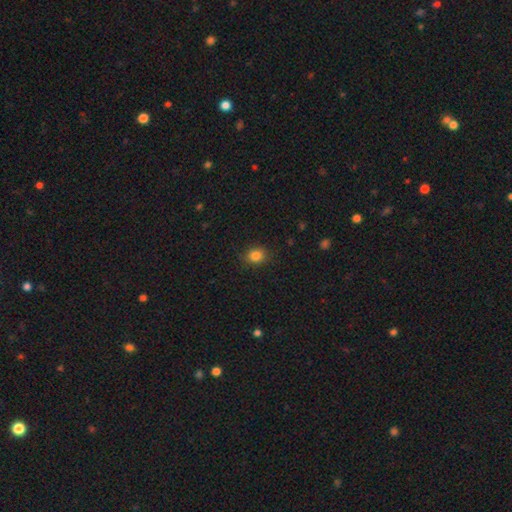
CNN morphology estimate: A smooth galaxy with no disk features (84%) that is round (61%). Merging: none (87%).